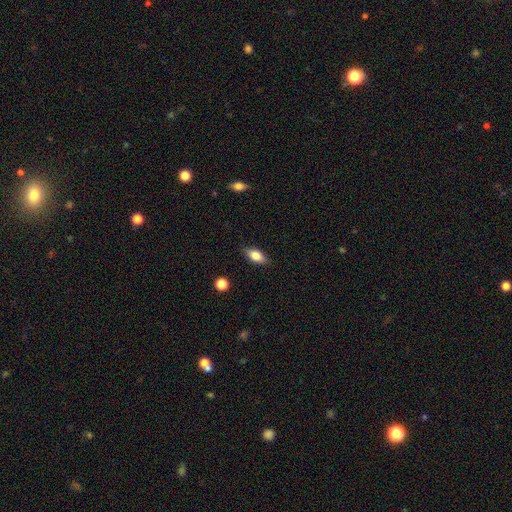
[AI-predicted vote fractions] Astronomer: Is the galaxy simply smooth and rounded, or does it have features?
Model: smooth — 77%.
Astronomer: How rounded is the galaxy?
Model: in between — 85%.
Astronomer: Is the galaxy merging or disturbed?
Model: none — 86%.